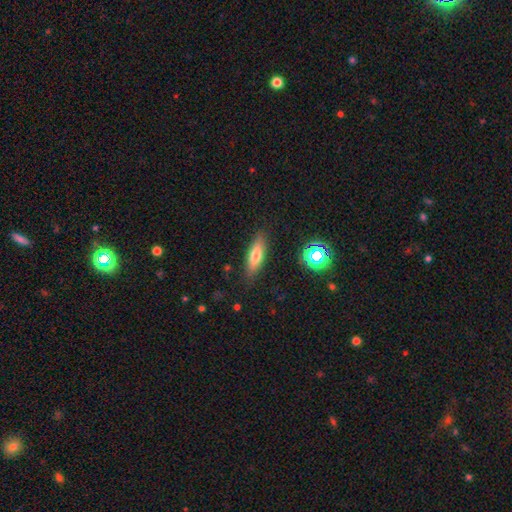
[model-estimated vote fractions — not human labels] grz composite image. It shows a smooth galaxy with no disk features (67%) that is cigar-shaped (53%). Merging: none (85%).